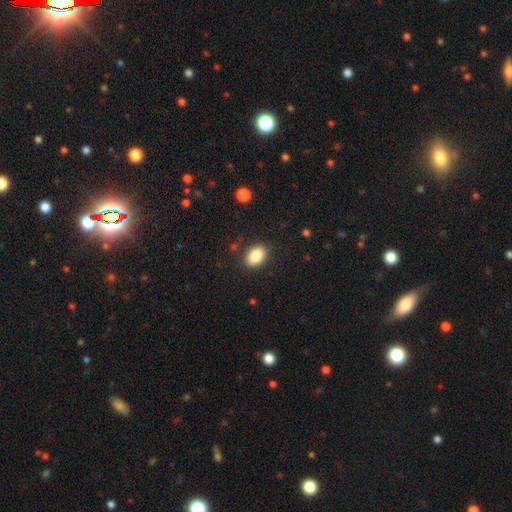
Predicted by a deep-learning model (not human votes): Smooth or featured?
  - smooth: 86% *
  - star or artifact: 8%
  - featured or disk: 5%
How rounded?
  - in between: 83% *
  - round: 16%
  - cigar-shaped: 1%
Merging?
  - none: 85% *
  - minor disturbance: 10%
  - major disturbance: 3%
  - merger: 1%